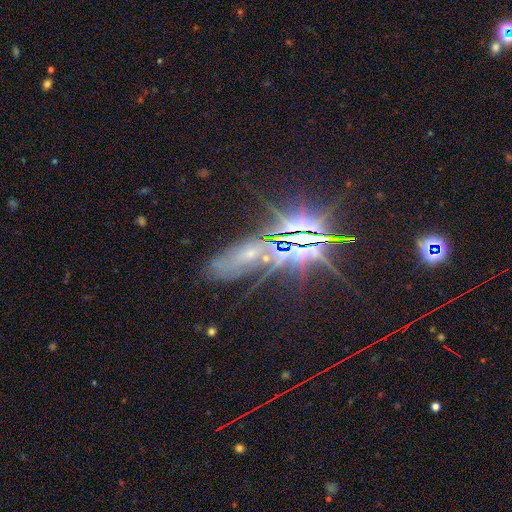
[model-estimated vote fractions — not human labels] Q: Smooth or featured?
A: star or artifact (66%); runner-up: featured or disk (21%)